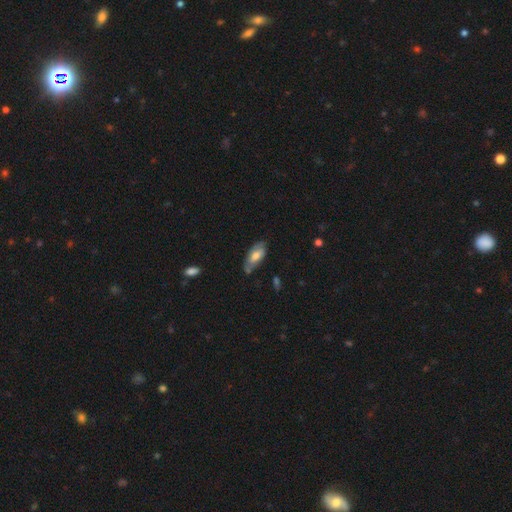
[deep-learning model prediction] This is possibly a smooth galaxy (56%). How rounded: clearly in between (86%). Merging: likely none (63%).